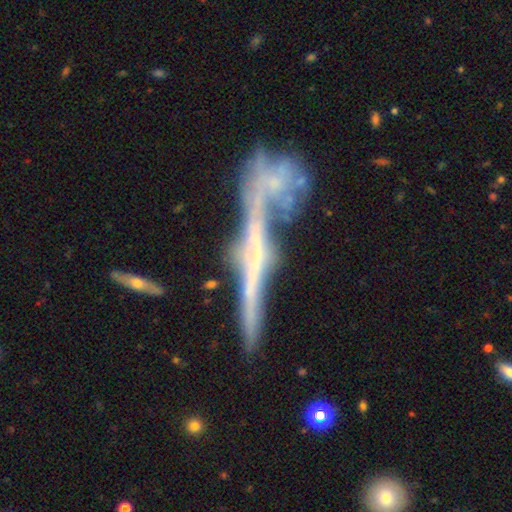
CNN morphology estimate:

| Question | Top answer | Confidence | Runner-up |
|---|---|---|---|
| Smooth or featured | featured or disk | 73% | smooth (18%) |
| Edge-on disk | yes | 88% | no (12%) |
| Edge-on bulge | none | 59% | rounded (29%) |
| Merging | none | 40% | merger (38%) |